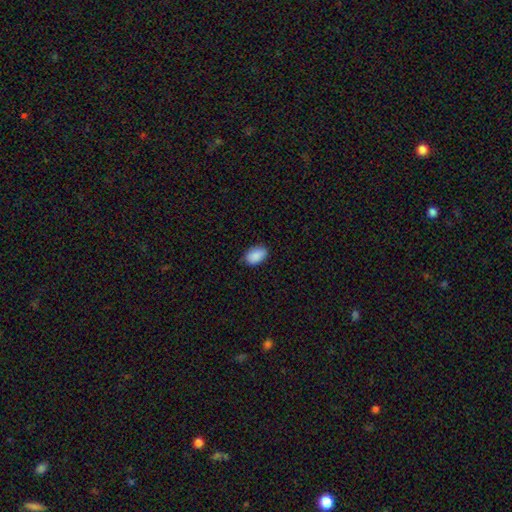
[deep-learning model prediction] Smooth or featured?
  - smooth: 90% *
  - star or artifact: 7%
  - featured or disk: 3%
How rounded?
  - in between: 91% *
  - round: 8%
  - cigar-shaped: 1%
Merging?
  - none: 78% *
  - minor disturbance: 18%
  - major disturbance: 3%
  - merger: 1%